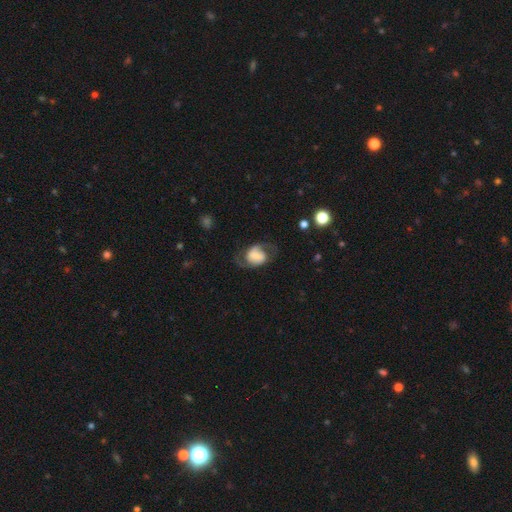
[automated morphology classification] Smooth or featured? featured or disk (62%)
Edge-on disk? no (97%)
Bar? weak (40%)
Spiral arms? yes (87%)
Spiral winding? medium (47%)
Spiral arm count? 2 (88%)
Bulge size? small (28%)
Merging? none (60%)